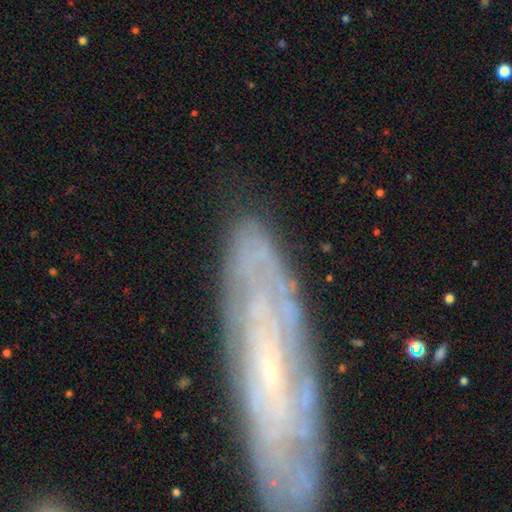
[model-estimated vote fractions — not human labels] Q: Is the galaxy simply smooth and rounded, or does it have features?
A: featured or disk — 57%.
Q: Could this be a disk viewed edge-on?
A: no — 80%.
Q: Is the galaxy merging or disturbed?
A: none — 61%.